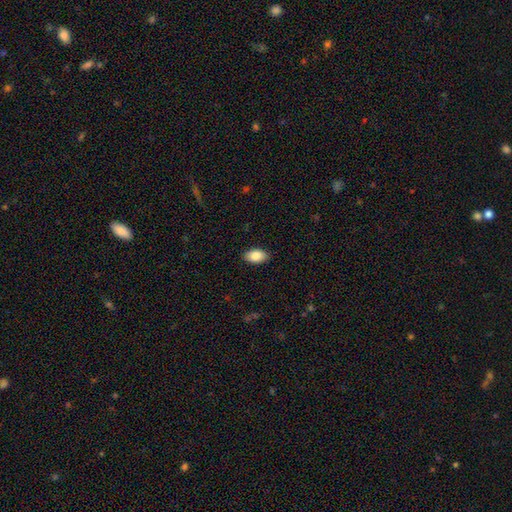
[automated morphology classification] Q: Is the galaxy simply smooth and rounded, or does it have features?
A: smooth — 86%.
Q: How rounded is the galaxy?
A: in between — 94%.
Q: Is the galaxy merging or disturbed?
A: none — 89%.